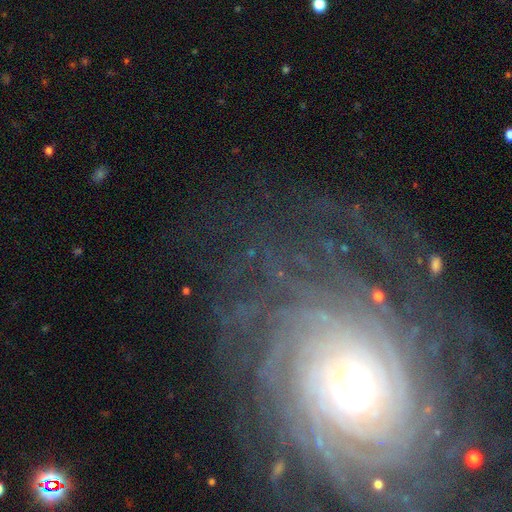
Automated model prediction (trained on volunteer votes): The model was most divided on "bulge size": small: 46%, moderate: 44%, large: 7%, dominant: 2%, none: 1%. Remaining: spiral arms — yes (97%); edge-on disk — no (97%); smooth or featured — featured or disk (86%); spiral winding — tight (83%); merging — none (77%); bar — no (73%); spiral arm count — more than 4 (39%).